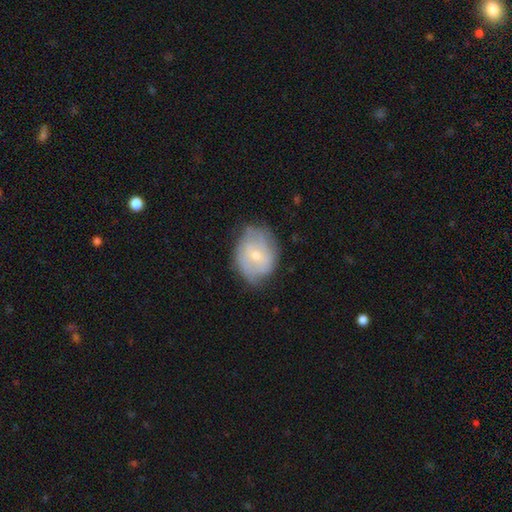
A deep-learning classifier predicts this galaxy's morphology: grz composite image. It shows a featured or disk galaxy (52%) with no bar (56%), spiral arms (69%) and a small central bulge (59%). Merging: none (66%).